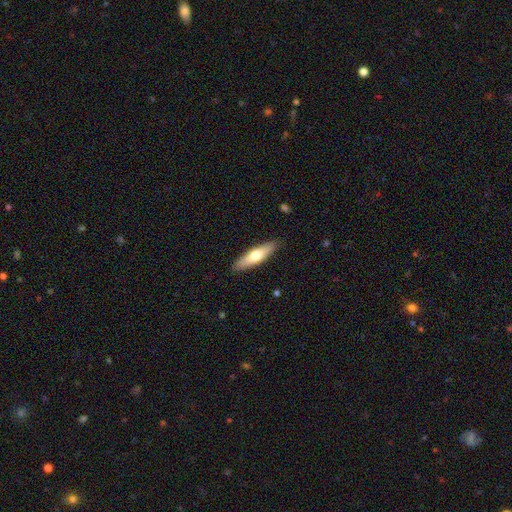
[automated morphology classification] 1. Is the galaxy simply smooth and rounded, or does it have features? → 60% smooth, 35% featured or disk, 5% star or artifact.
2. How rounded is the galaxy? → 67% cigar-shaped, 31% in between, 2% round.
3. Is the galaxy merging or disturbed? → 89% none, 9% minor disturbance, 2% major disturbance, 1% merger.